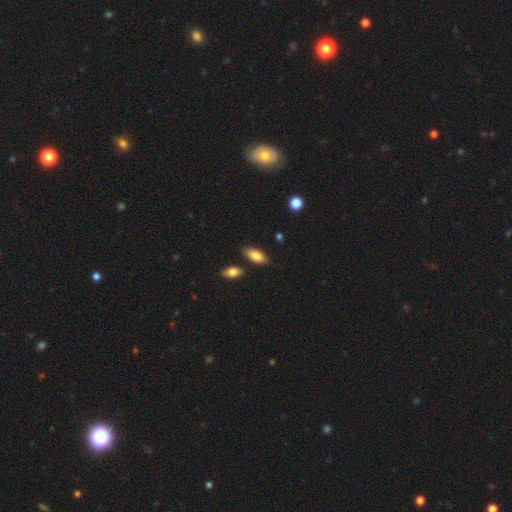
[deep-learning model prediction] The model was most divided on "merging": none: 80%, minor disturbance: 13%, merger: 5%, major disturbance: 3%. More confident: how rounded — in between (88%); smooth or featured — smooth (85%).